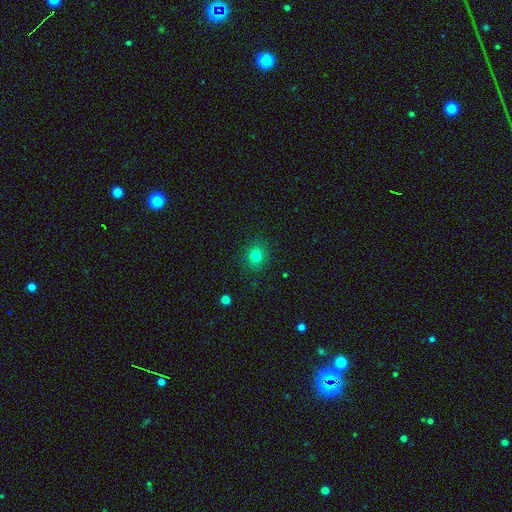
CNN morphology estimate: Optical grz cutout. It shows a smooth galaxy with no disk features (80%) that is round (73%). Merging: none (88%).